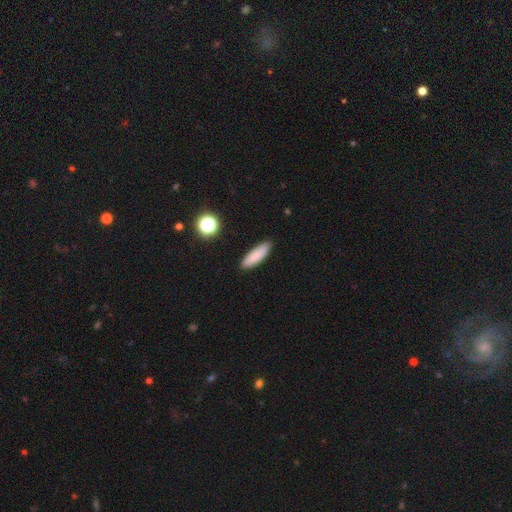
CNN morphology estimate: A smooth galaxy with no disk features (83%) that is cigar-shaped (54%). Merging: none (88%).